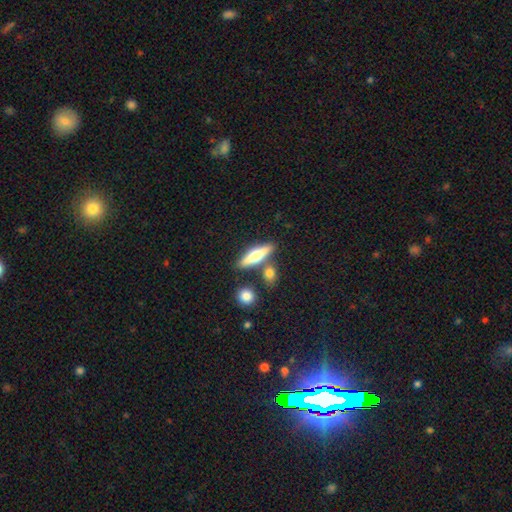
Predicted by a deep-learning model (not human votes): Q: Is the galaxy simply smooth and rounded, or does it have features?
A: featured or disk — 47%.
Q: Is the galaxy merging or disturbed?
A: none — 74%.